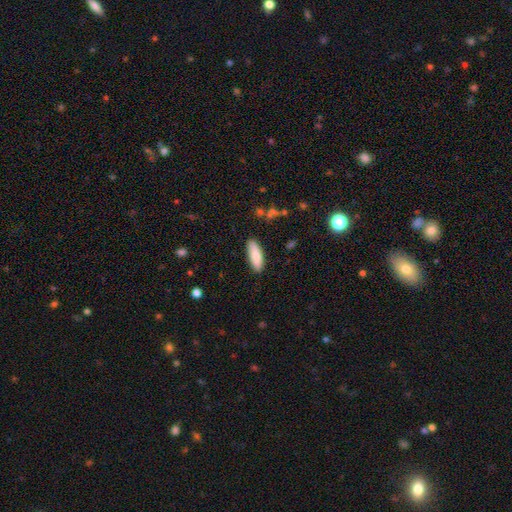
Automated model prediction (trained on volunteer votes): Q: Smooth or featured?
A: smooth (84%); runner-up: featured or disk (10%)
Q: How rounded?
A: in between (59%); runner-up: cigar-shaped (40%)
Q: Merging?
A: none (87%); runner-up: minor disturbance (10%)